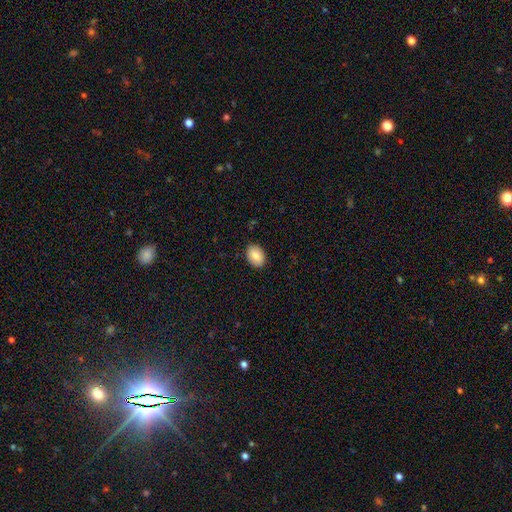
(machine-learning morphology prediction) This is clearly a smooth galaxy (84%). How rounded: clearly in between (81%). Merging: clearly none (89%).